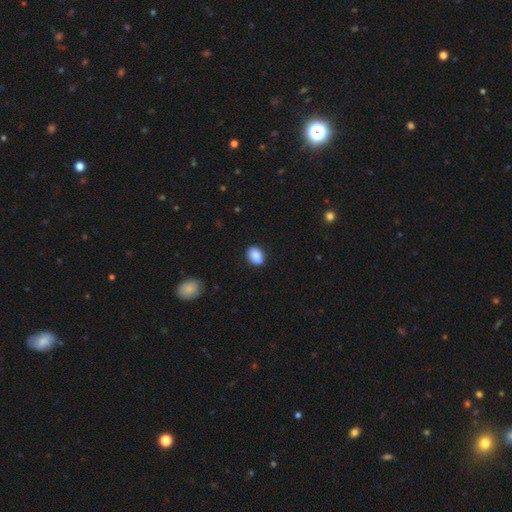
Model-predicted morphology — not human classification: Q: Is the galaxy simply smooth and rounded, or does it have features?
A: smooth — 87%.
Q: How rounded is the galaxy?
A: in between — 74%.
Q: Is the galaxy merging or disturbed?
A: none — 86%.